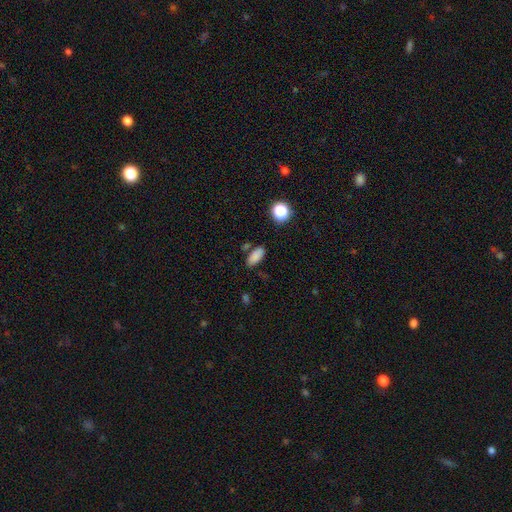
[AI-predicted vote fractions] Smooth or featured: smooth — 84% (star or artifact — 11%)
How rounded: in between — 83% (cigar-shaped — 13%)
Merging: none — 79% (minor disturbance — 11%)